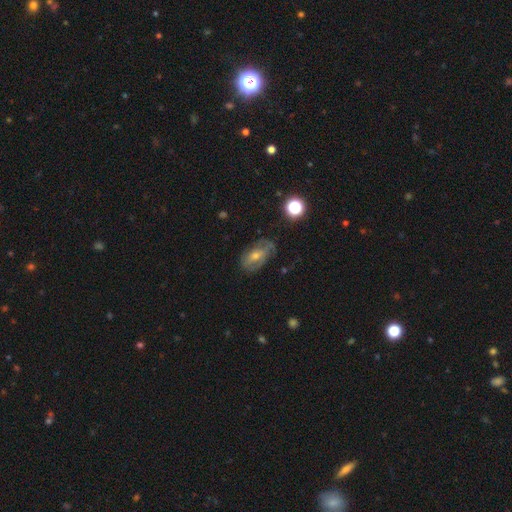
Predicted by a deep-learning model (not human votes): Smooth or featured? Predicted: featured or disk (p=0.54). Edge-on disk? Predicted: no (p=0.90). Merging? Predicted: none (p=0.65).